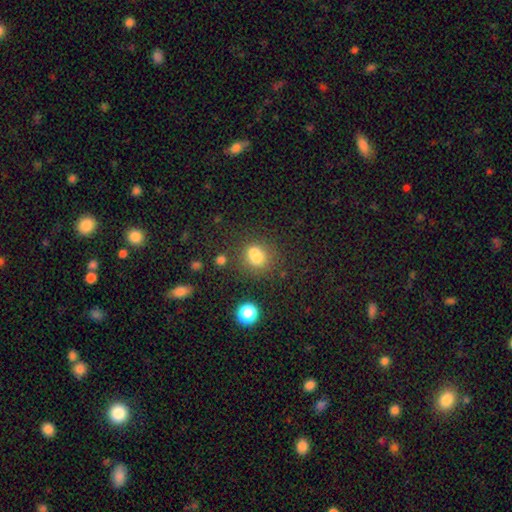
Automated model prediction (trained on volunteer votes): A smooth galaxy with no disk features (73%) that is round (65%).

Vote fractions:
- Smooth or featured? smooth: 73% / star or artifact: 15% / featured or disk: 13%
- How rounded? round: 65% / in between: 34% / cigar-shaped: 1%
- Merging? none: 45% / merger: 36% / minor disturbance: 13% / major disturbance: 6%